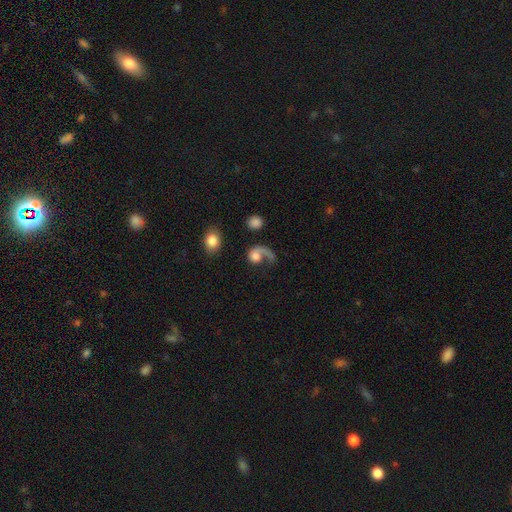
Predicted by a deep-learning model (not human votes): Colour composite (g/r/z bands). It shows a featured or disk galaxy (53%) with no bar (80%), spiral arms (81%) and a moderate central bulge (35%). Merging: major disturbance (48%).